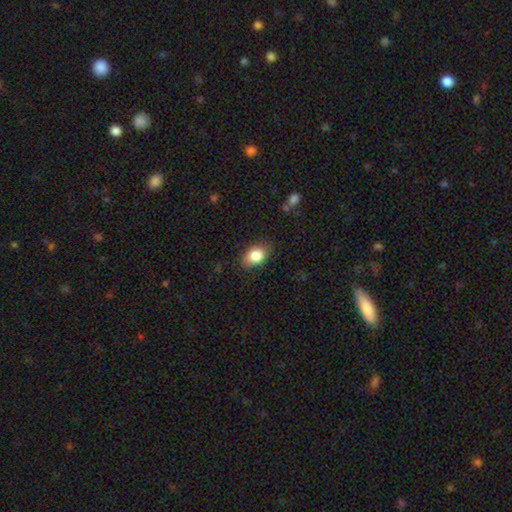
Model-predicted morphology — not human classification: Smooth or featured?
  - smooth: 84% *
  - star or artifact: 8%
  - featured or disk: 8%
How rounded?
  - in between: 80% *
  - round: 19%
  - cigar-shaped: 1%
Merging?
  - none: 81% *
  - minor disturbance: 14%
  - major disturbance: 3%
  - merger: 1%